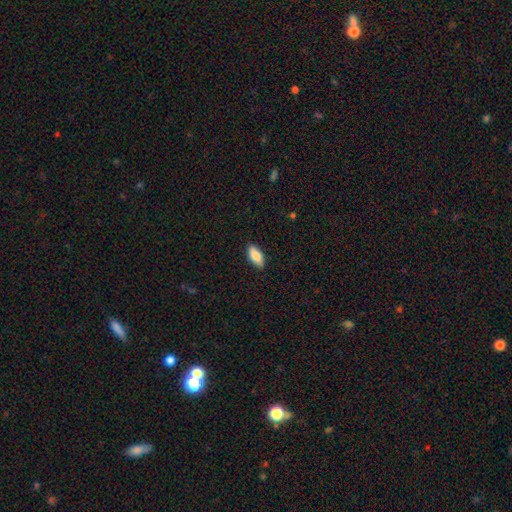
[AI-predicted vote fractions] smooth_or_featured: smooth (p=0.84) [alt: featured or disk p=0.10]
how_rounded: in between (p=0.86) [alt: cigar-shaped p=0.11]
merging: none (p=0.86) [alt: minor disturbance p=0.11]